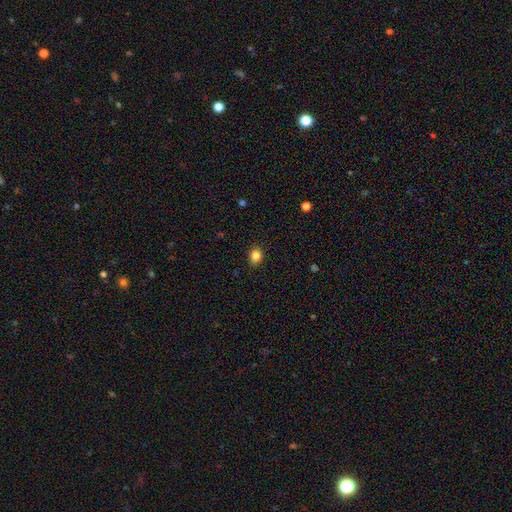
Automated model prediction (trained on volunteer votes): smooth_or_featured: smooth (p=0.84) [alt: star or artifact p=0.11]
how_rounded: round (p=0.59) [alt: in between p=0.40]
merging: none (p=0.88) [alt: minor disturbance p=0.09]